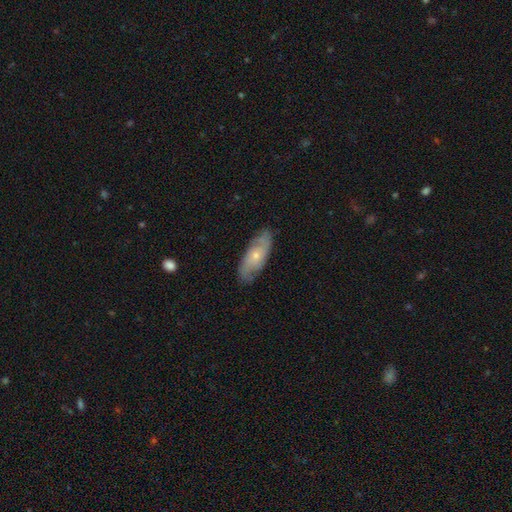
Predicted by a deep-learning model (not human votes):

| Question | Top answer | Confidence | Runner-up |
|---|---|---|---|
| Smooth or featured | featured or disk | 58% | smooth (37%) |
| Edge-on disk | no | 84% | yes (16%) |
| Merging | none | 80% | minor disturbance (15%) |